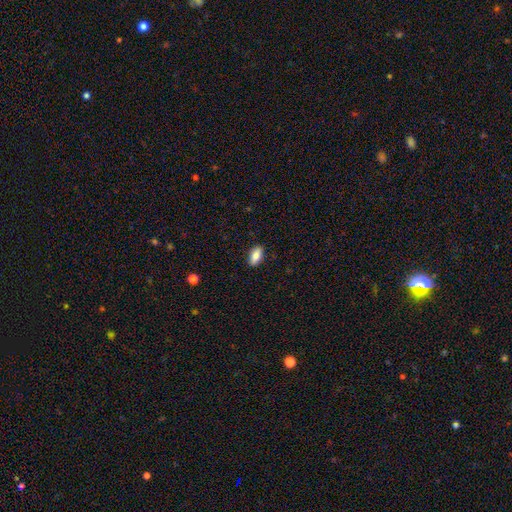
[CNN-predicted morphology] This is clearly a smooth galaxy (84%). How rounded: clearly in between (90%). Merging: clearly none (89%).